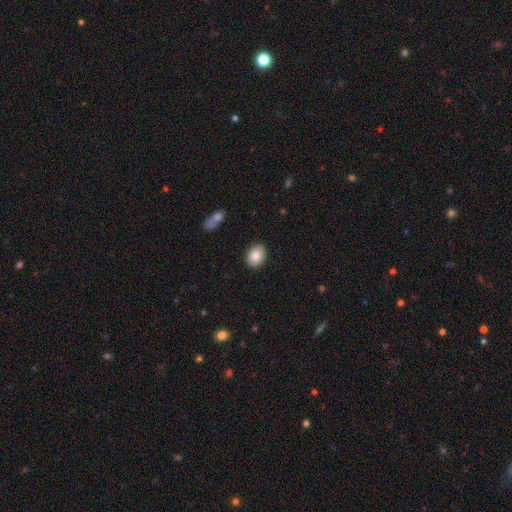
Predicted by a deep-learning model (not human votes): Overall: smooth (83%). How rounded: in between (70%). Merging: none (90%).